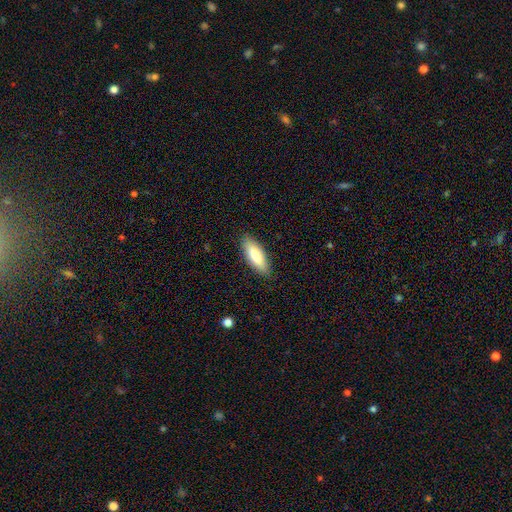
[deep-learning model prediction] A smooth galaxy with no disk features (84%) that is in between round and cigar-shaped (67%). Merging: none (88%).